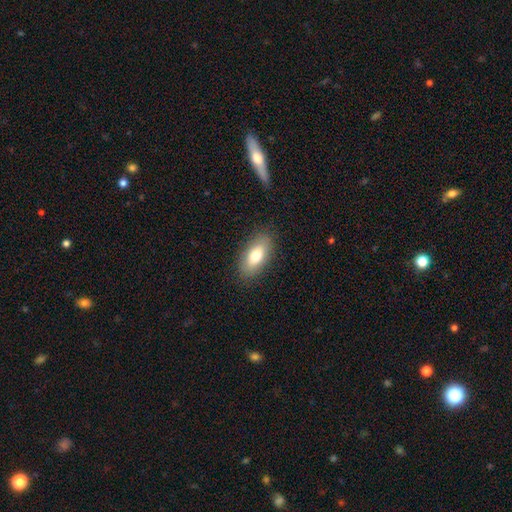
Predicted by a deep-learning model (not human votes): Smooth or featured? smooth (74%)
How rounded? in between (88%)
Merging? none (86%)